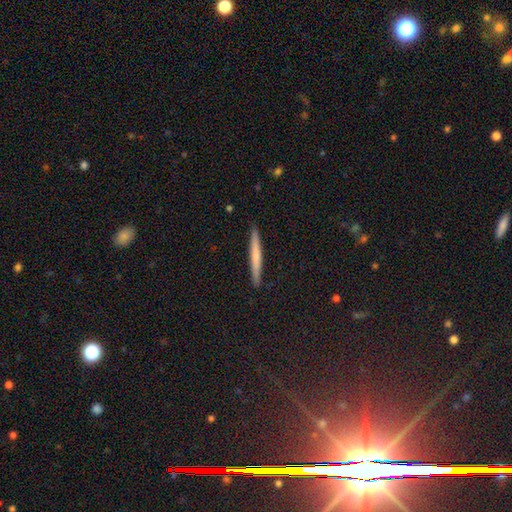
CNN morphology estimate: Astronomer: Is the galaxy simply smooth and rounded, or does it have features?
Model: smooth — 59% (runner-up: featured or disk, 35%).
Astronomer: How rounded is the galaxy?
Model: cigar-shaped — 97%.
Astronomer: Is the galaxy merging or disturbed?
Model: none — 91%.